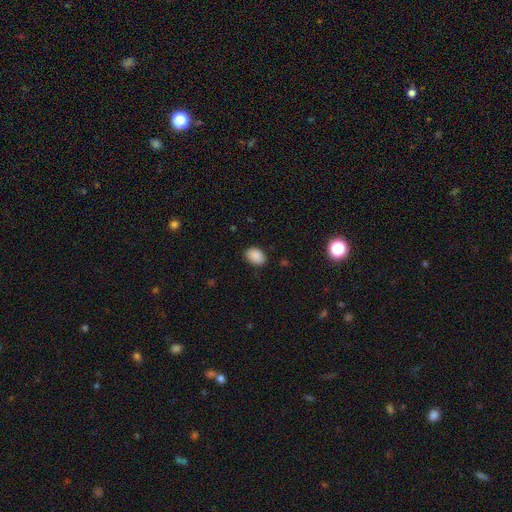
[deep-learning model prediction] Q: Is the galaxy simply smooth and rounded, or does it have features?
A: smooth — 89%.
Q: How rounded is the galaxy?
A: in between — 81%.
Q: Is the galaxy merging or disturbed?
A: none — 83%.